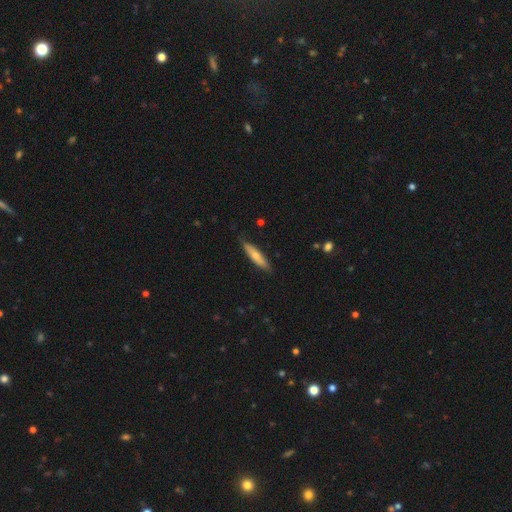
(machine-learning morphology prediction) Smooth or featured: smooth — 61% (featured or disk — 33%)
How rounded: cigar-shaped — 79% (in between — 20%)
Merging: none — 82% (minor disturbance — 14%)